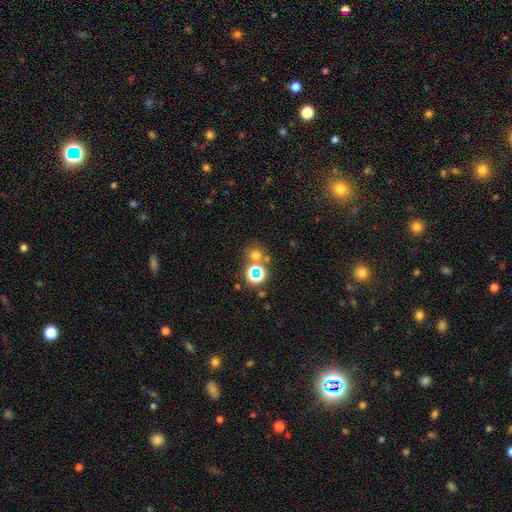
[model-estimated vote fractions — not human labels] Smooth or featured? smooth (58%)
How rounded? round (85%)
Merging? none (61%)